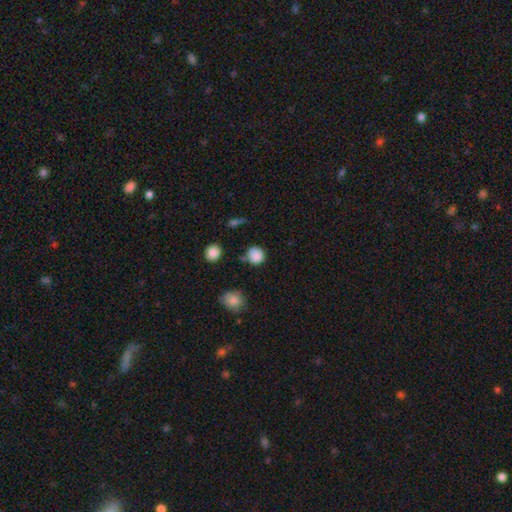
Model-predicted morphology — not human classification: smooth 85%, star or artifact 11%, featured or disk 4%. Down the decision tree: how rounded — round (87%); merging — none (75%).